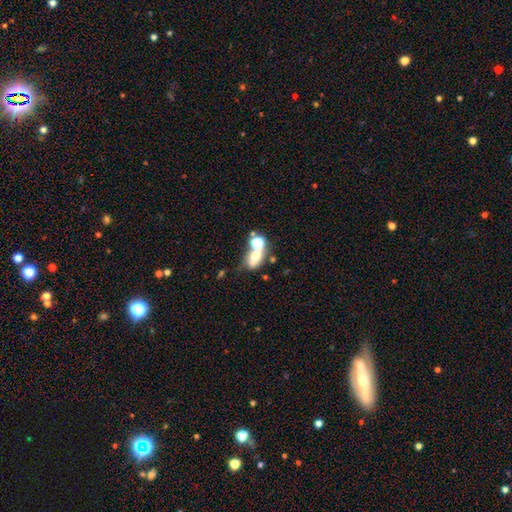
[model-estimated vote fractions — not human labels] smooth 58%, featured or disk 26%, star or artifact 15%. Down the decision tree: how rounded — in between (73%); merging — merger (49%).